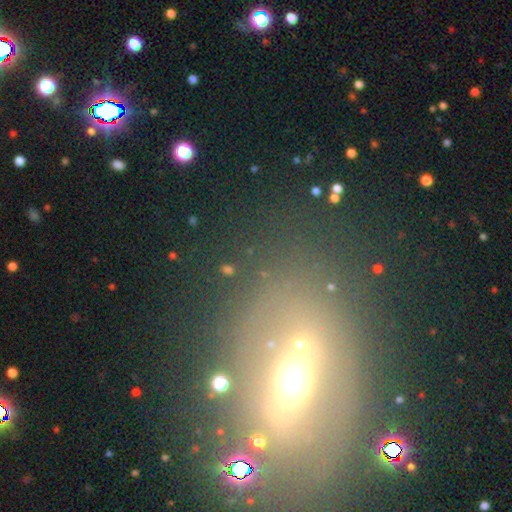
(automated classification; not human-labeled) This appears to be a star or artifact, not a galaxy (46%).